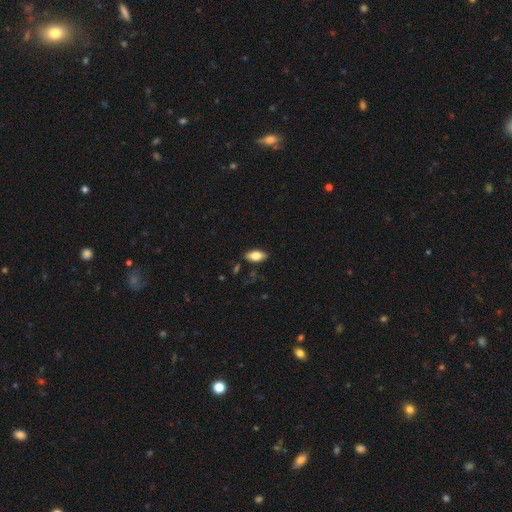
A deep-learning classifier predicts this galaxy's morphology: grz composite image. It shows a smooth galaxy with no disk features (77%) that is in between round and cigar-shaped (91%). Merging: none (86%).